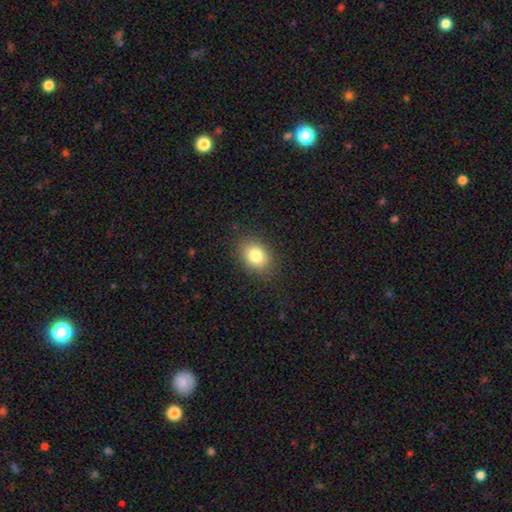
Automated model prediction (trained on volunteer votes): This appears to be a smooth galaxy with no disk features (82%) that is in between round and cigar-shaped (69%). Merging: none (86%).